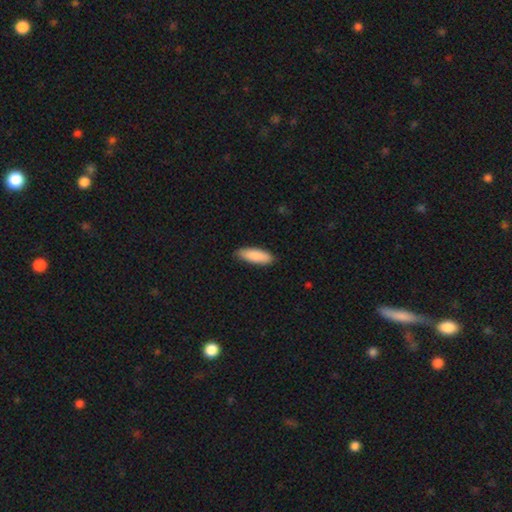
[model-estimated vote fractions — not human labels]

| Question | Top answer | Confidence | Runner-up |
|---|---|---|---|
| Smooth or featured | smooth | 88% | featured or disk (6%) |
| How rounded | in between | 60% | cigar-shaped (39%) |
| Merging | none | 88% | minor disturbance (10%) |